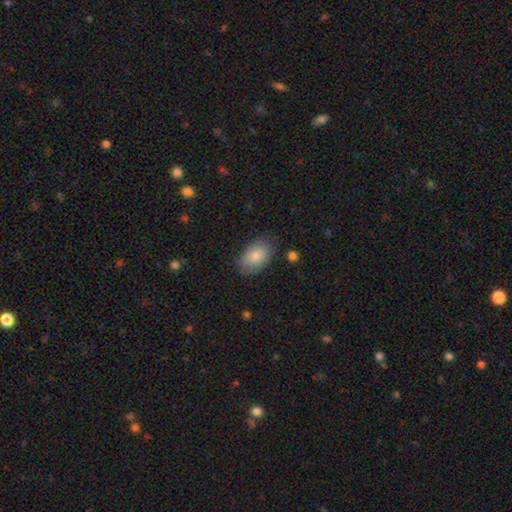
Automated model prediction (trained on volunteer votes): Q: Smooth or featured?
A: smooth (82%); runner-up: featured or disk (12%)
Q: How rounded?
A: in between (92%); runner-up: round (7%)
Q: Merging?
A: none (74%); runner-up: minor disturbance (19%)